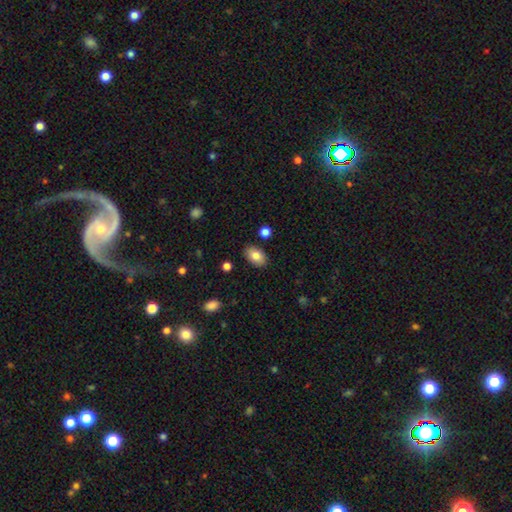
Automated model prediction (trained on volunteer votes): This is clearly a smooth galaxy (82%). How rounded: clearly in between (88%). Merging: clearly none (86%).